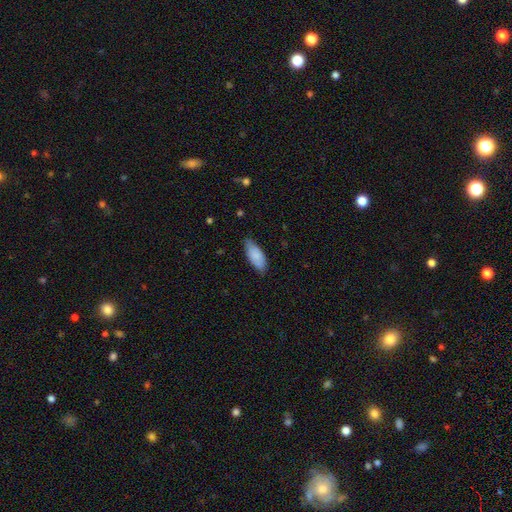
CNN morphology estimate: A smooth galaxy with no disk features (83%) that is in between round and cigar-shaped (84%).

Vote fractions:
- Smooth or featured? smooth: 83% / featured or disk: 11% / star or artifact: 6%
- How rounded? in between: 84% / cigar-shaped: 14% / round: 2%
- Merging? none: 74% / minor disturbance: 22% / major disturbance: 3% / merger: 1%